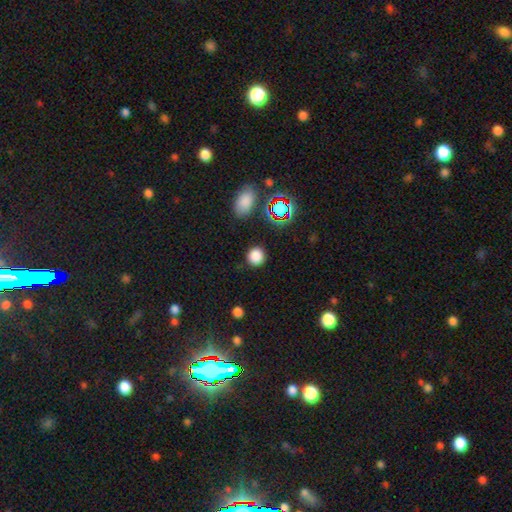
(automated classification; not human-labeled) A smooth galaxy with no disk features (81%) that is round (91%).

Vote fractions:
- Smooth or featured? smooth: 81% / star or artifact: 14% / featured or disk: 4%
- How rounded? round: 91% / in between: 8% / cigar-shaped: 1%
- Merging? none: 88% / minor disturbance: 7% / major disturbance: 3% / merger: 2%